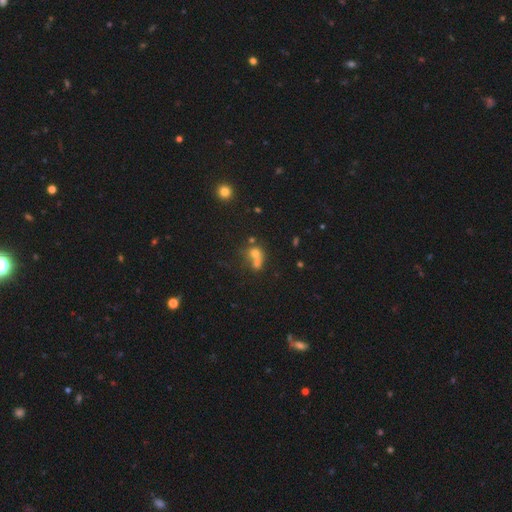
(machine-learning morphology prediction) Overall: smooth (61%). How rounded: round (60%; in between 38%). Merging: merger (55%; none 25%).